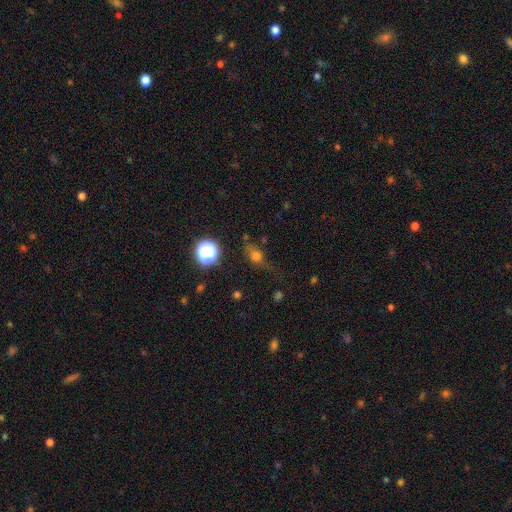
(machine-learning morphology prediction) The model was most divided on "how rounded": round: 54%, in between: 40%, cigar-shaped: 6%. More confident: smooth or featured — smooth (66%); merging — none (55%).